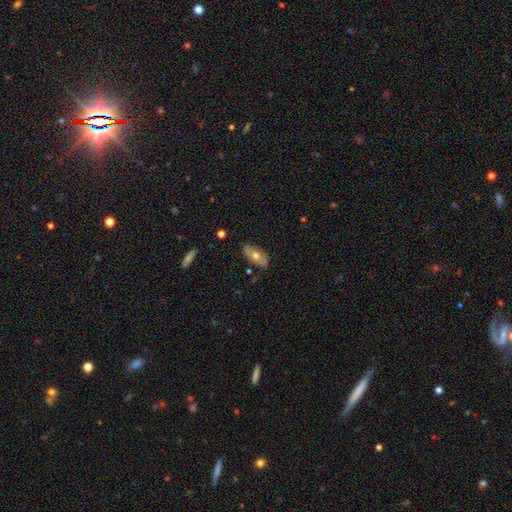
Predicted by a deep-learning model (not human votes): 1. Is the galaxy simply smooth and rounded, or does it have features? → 49% smooth, 43% featured or disk, 8% star or artifact.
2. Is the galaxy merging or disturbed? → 80% none, 15% minor disturbance, 3% major disturbance, 2% merger.